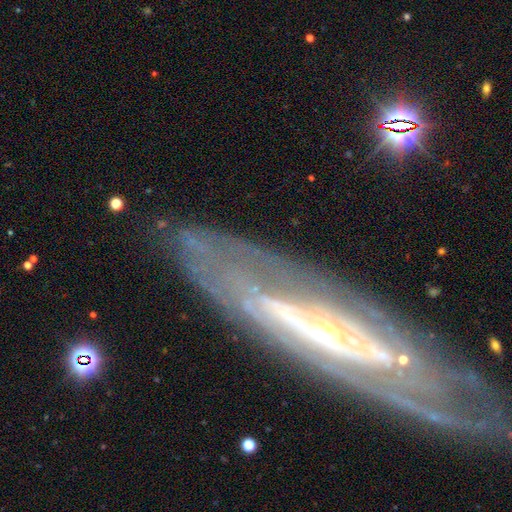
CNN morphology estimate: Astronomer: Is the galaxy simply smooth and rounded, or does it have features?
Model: featured or disk — 79%.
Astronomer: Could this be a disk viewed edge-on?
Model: no — 67%.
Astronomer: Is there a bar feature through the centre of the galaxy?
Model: no — 57%.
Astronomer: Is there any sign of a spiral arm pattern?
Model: yes — 70%.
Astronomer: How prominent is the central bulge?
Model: small — 66%.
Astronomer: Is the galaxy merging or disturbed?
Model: none — 72%.